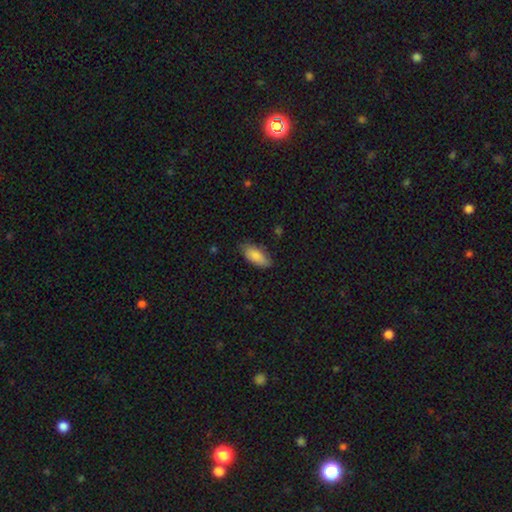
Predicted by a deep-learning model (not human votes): Smooth or featured? Predicted: smooth (p=0.84). How rounded? Predicted: in between (p=0.86). Merging? Predicted: none (p=0.76).